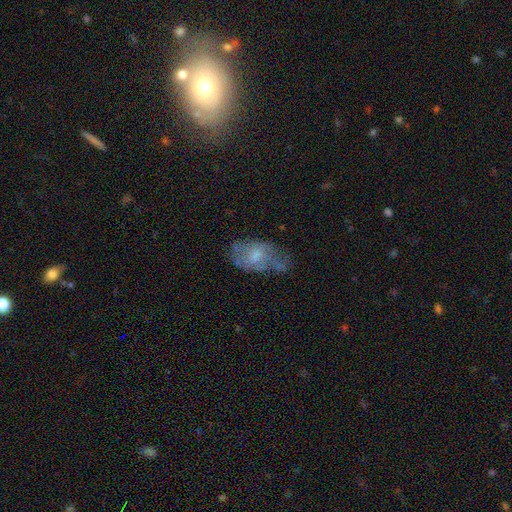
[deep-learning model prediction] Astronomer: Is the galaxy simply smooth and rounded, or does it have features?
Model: featured or disk — 48% (runner-up: smooth, 43%).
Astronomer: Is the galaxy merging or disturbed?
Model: none — 40% (runner-up: minor disturbance, 32%).